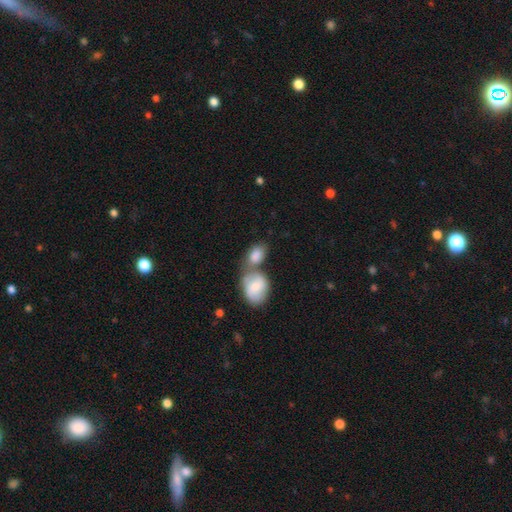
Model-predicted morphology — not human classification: smooth-or-featured: smooth: 82% | featured or disk: 12% | star or artifact: 6%
  how-rounded: in between: 82% | round: 17% | cigar-shaped: 2%
  merging: merger: 60% | none: 26% | minor disturbance: 10% | major disturbance: 4%